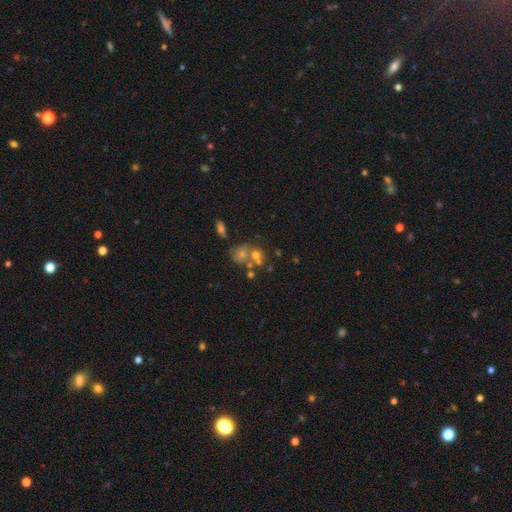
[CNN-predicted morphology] Smooth or featured? Predicted: smooth (p=0.57). How rounded? Predicted: round (p=0.68). Merging? Predicted: merger (p=0.47).